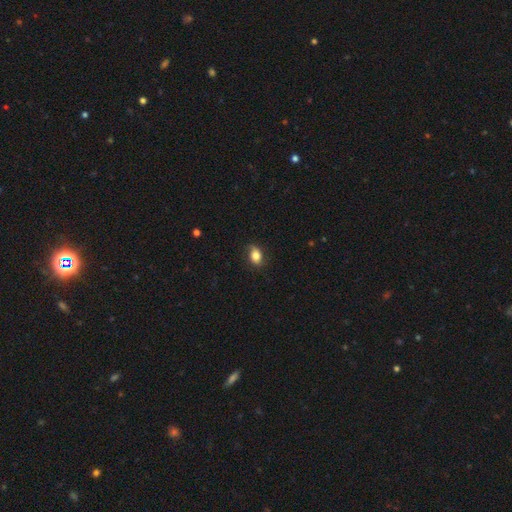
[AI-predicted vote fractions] The model was most divided on "how rounded": in between: 75%, round: 23%, cigar-shaped: 2%. More confident: smooth or featured — smooth (77%); merging — none (75%).